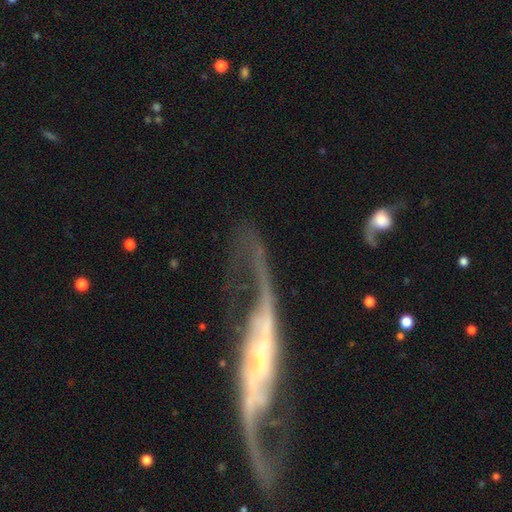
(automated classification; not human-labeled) Q: Smooth or featured?
A: featured or disk (82%); runner-up: smooth (11%)
Q: Edge-on disk?
A: no (71%); runner-up: yes (29%)
Q: Bar?
A: no (42%); runner-up: weak (31%)
Q: Spiral arms?
A: yes (89%); runner-up: no (11%)
Q: Spiral winding?
A: loose (66%); runner-up: medium (23%)
Q: Spiral arm count?
A: 2 (75%); runner-up: can't tell (9%)
Q: Bulge size?
A: small (67%); runner-up: moderate (17%)
Q: Merging?
A: none (50%); runner-up: major disturbance (25%)